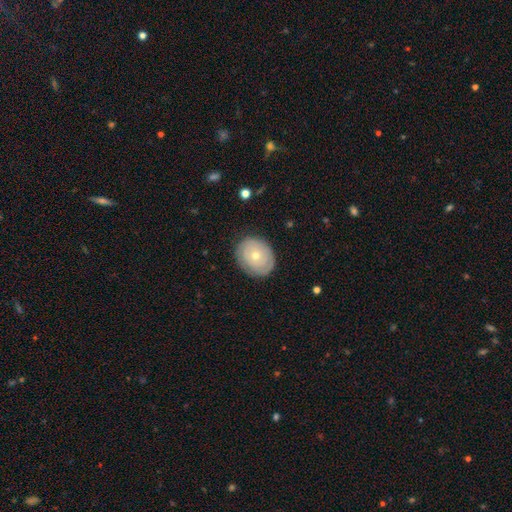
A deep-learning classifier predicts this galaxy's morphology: Smooth or featured?
  - featured or disk: 48% *
  - smooth: 46%
  - star or artifact: 7%
Merging?
  - none: 82% *
  - minor disturbance: 13%
  - major disturbance: 4%
  - merger: 1%